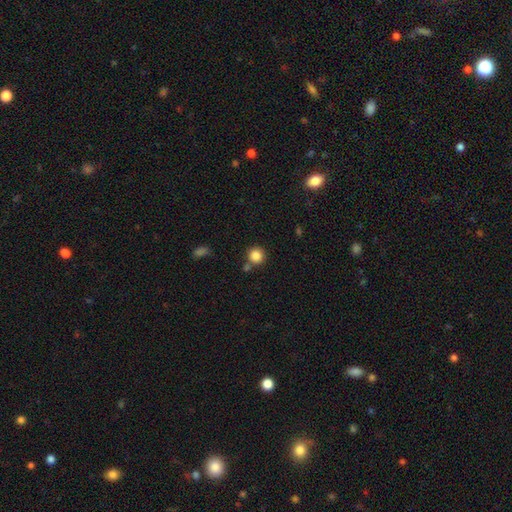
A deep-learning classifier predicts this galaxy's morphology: smooth 85%, star or artifact 10%, featured or disk 4%. Down the decision tree: how rounded — round (93%); merging — none (75%).